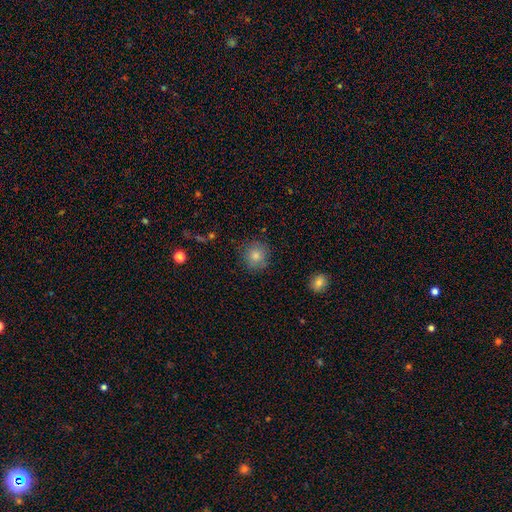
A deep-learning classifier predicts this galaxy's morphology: type=smooth (83%); roundness=round (91%); merging=none (85%).